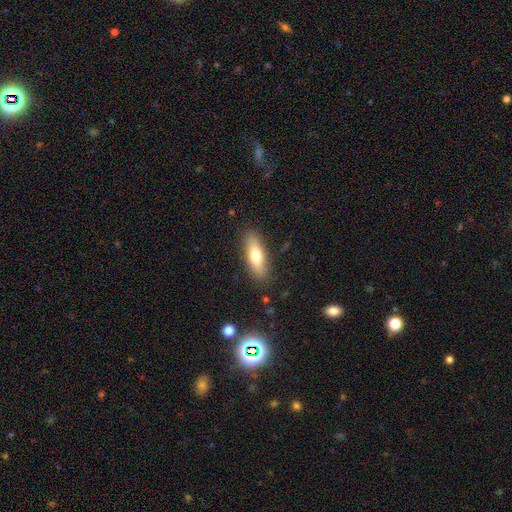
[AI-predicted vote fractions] Overall: smooth (69%). How rounded: in between (54%; cigar-shaped 43%). Merging: none (87%).